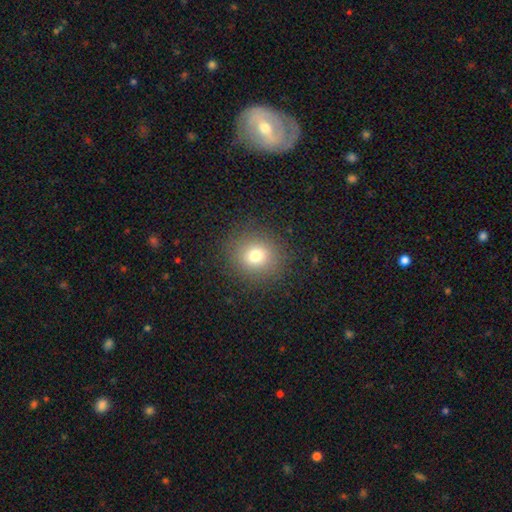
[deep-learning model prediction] A smooth galaxy with no disk features (75%) that is round (88%). Merging: none (88%).